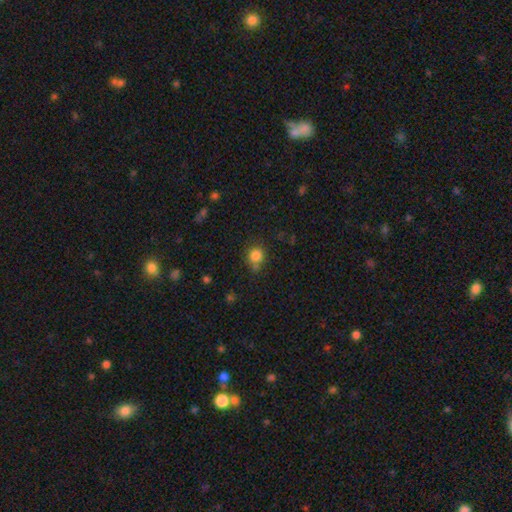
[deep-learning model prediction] Q: Smooth or featured?
A: smooth (82%); runner-up: star or artifact (12%)
Q: How rounded?
A: round (86%); runner-up: in between (13%)
Q: Merging?
A: none (68%); runner-up: minor disturbance (18%)